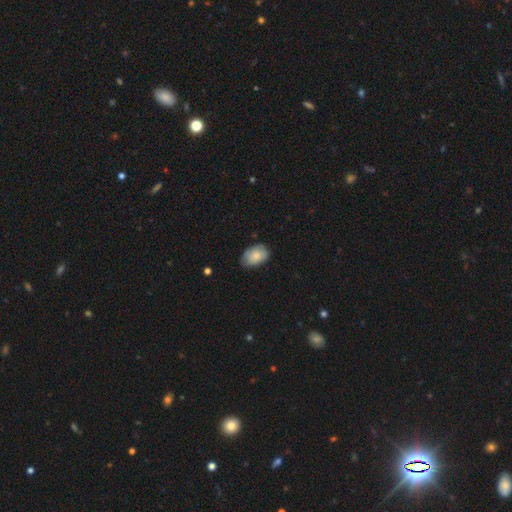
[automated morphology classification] Smooth or featured? smooth (77%)
How rounded? in between (88%)
Merging? none (68%)